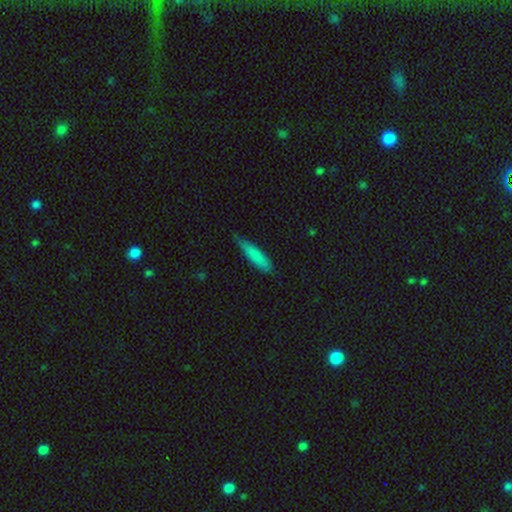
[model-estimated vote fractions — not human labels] The model was most divided on "merging": none: 67%, minor disturbance: 28%, major disturbance: 4%, merger: 1%. More confident: smooth or featured — smooth (82%); how rounded — cigar-shaped (78%).